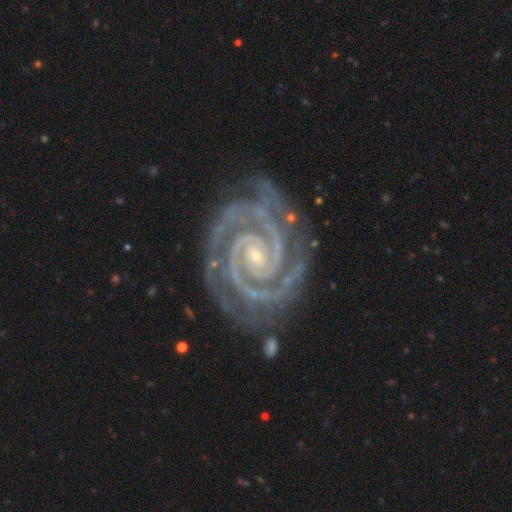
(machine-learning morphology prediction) type=featured or disk (95%); edge-on=no (98%); bar=no (52%); spiral arms=yes (99%); winding=tight (87%); arm count=2 (80%); bulge=small (79%); merging=none (80%).